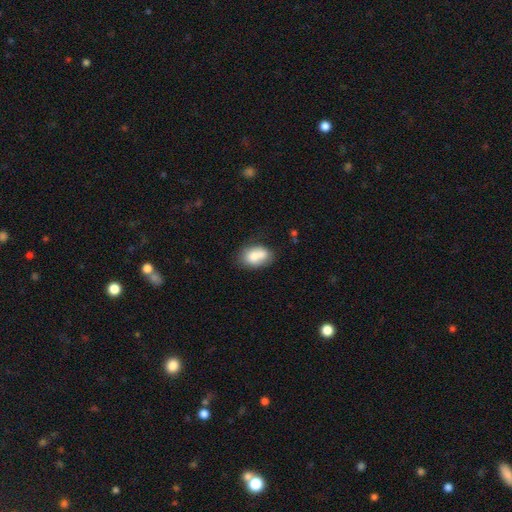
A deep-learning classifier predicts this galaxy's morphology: The model was most divided on "merging": none: 42%, merger: 32%, minor disturbance: 19%, major disturbance: 6%. More confident: how rounded — in between (82%); smooth or featured — smooth (73%).